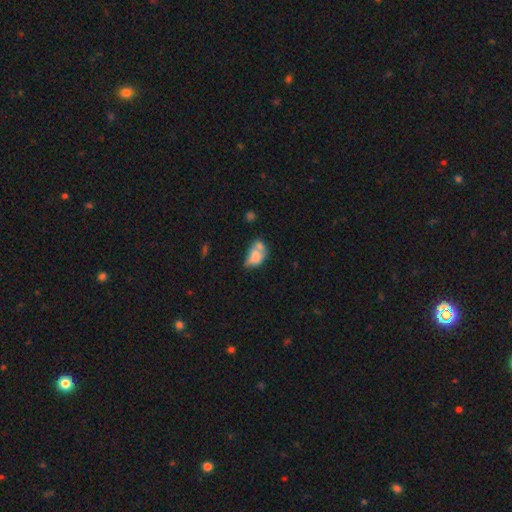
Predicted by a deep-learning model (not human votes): Smooth or featured? smooth (63%)
How rounded? in between (84%)
Merging? merger (45%)